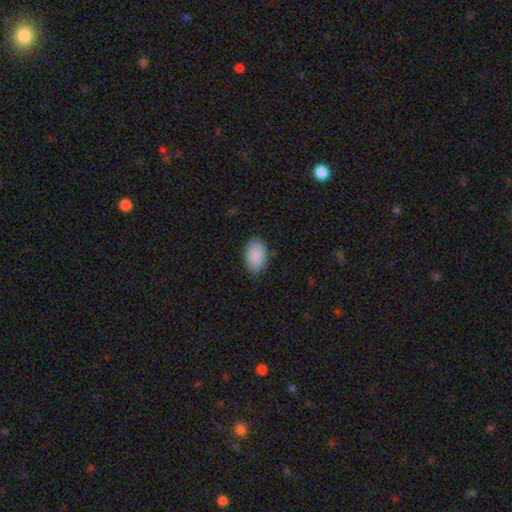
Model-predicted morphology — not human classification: This is clearly a smooth galaxy (90%). How rounded: clearly in between (92%). Merging: likely none (80%).